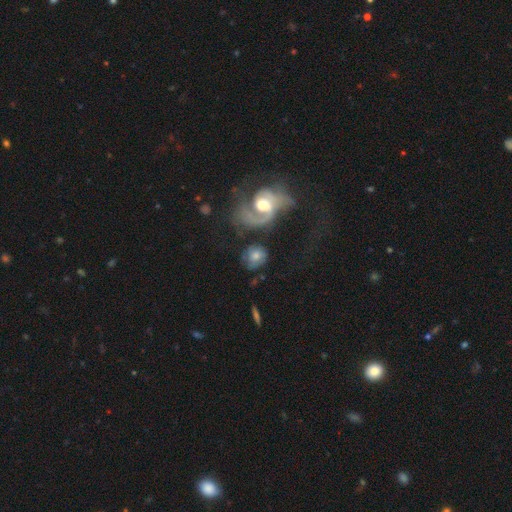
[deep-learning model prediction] Overall: smooth (50%; featured or disk 40%). Merging: none (57%).